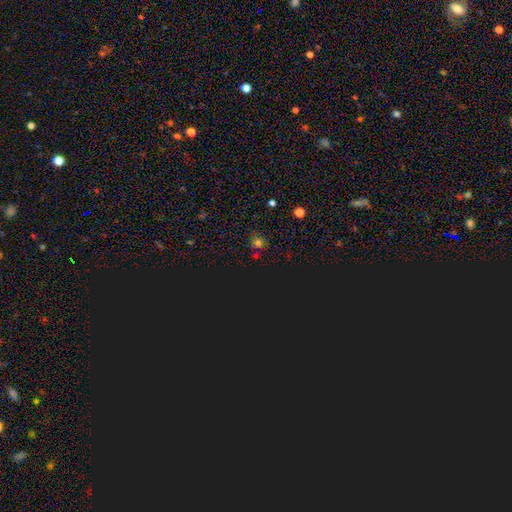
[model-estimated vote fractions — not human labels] smooth_or_featured: star or artifact (p=0.49) [alt: smooth p=0.44]